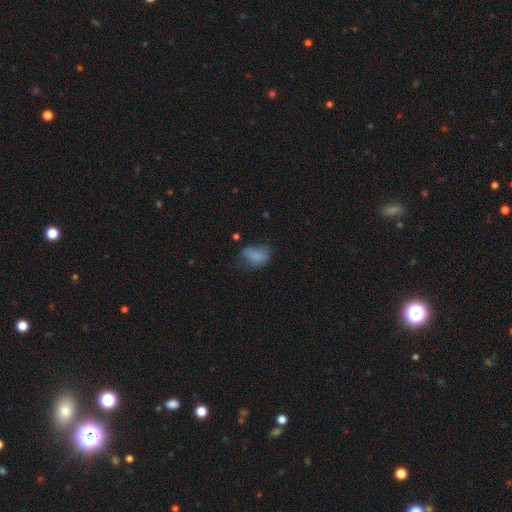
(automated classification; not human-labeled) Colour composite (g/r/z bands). It shows a smooth galaxy with no disk features (76%) that is in between round and cigar-shaped (81%). Merging: none (43%).